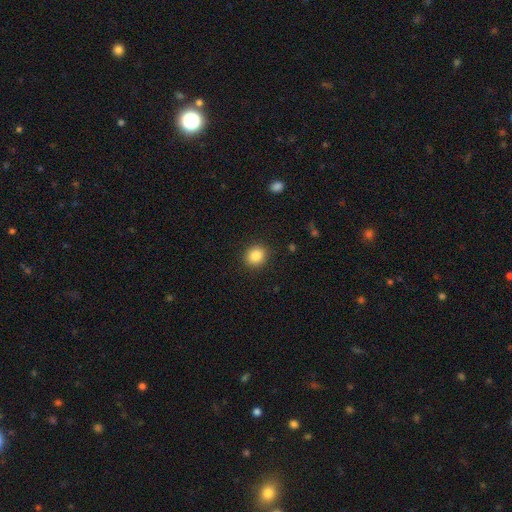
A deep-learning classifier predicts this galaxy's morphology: smooth_or_featured: smooth (p=0.86) [alt: star or artifact p=0.10]
how_rounded: round (p=0.78) [alt: in between p=0.21]
merging: none (p=0.90) [alt: minor disturbance p=0.07]